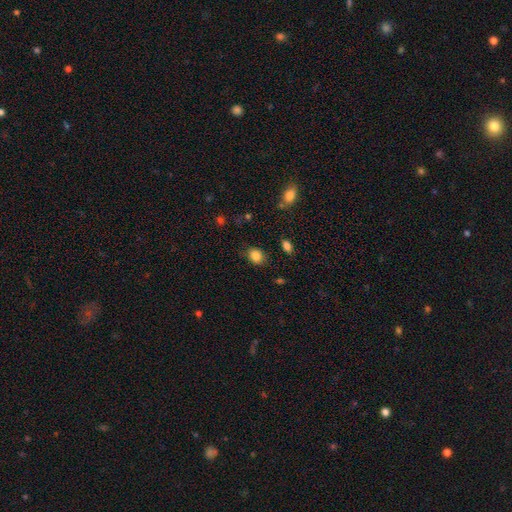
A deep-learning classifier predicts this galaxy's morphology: type=smooth (85%); roundness=in between (52%); merging=none (80%).